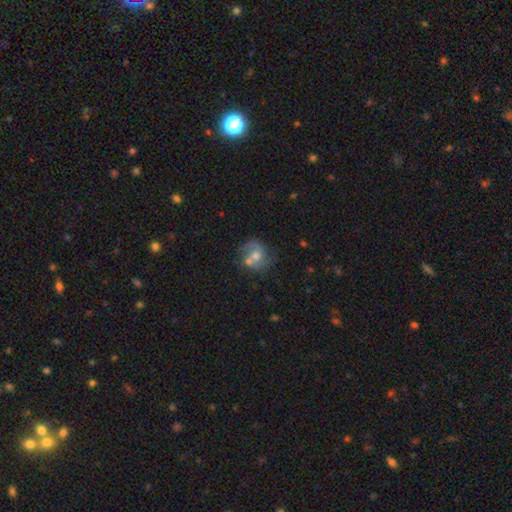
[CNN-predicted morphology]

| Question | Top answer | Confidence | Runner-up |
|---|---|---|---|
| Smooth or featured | featured or disk | 52% | smooth (37%) |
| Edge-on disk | no | 97% | yes (3%) |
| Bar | no | 66% | weak (28%) |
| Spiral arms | yes | 73% | no (27%) |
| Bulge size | moderate | 63% | small (21%) |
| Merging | none | 46% | merger (29%) |